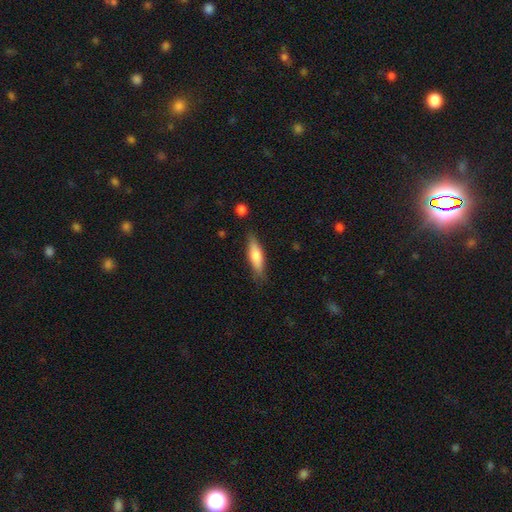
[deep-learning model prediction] Morphology: type=smooth (69%); roundness=cigar-shaped (60%); merging=none (80%).